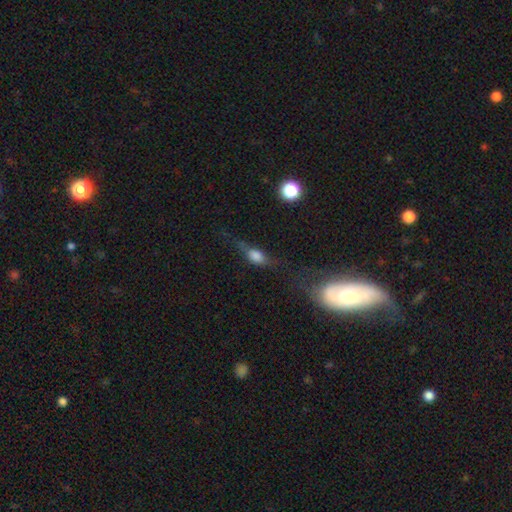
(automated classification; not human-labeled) The model was most divided on "merging": none: 44%, minor disturbance: 25%, major disturbance: 25%, merger: 5%. More confident: how rounded — in between (60%); smooth or featured — smooth (54%).